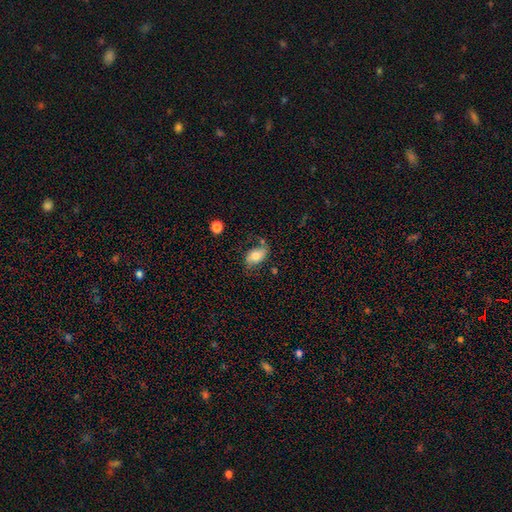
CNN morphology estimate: The model was most divided on "merging": none: 62%, minor disturbance: 24%, major disturbance: 9%, merger: 5%. More confident: how rounded — in between (90%); smooth or featured — smooth (71%).